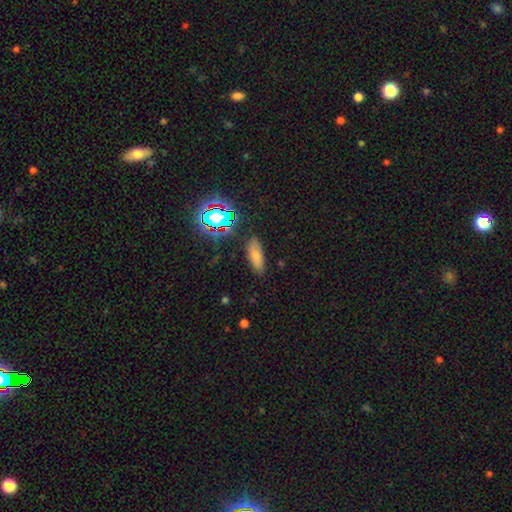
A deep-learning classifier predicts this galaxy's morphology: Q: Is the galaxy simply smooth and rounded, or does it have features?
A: smooth — 74%.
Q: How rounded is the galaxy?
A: in between — 68%.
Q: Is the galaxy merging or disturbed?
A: none — 81%.